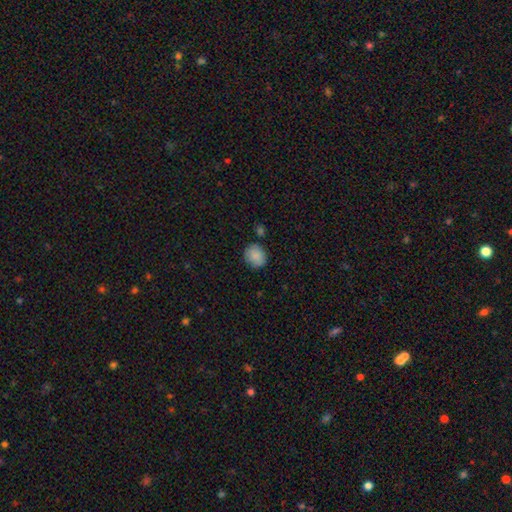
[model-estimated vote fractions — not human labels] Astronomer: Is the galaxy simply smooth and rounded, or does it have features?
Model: smooth — 88%.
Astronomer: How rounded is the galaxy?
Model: round — 67%.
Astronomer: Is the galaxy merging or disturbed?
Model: none — 78%.